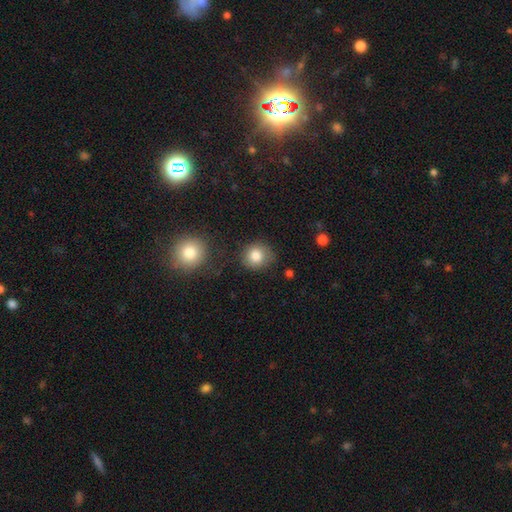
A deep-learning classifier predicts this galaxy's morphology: This appears to be a smooth galaxy with no disk features (84%) that is round (84%). Merging: none (78%).